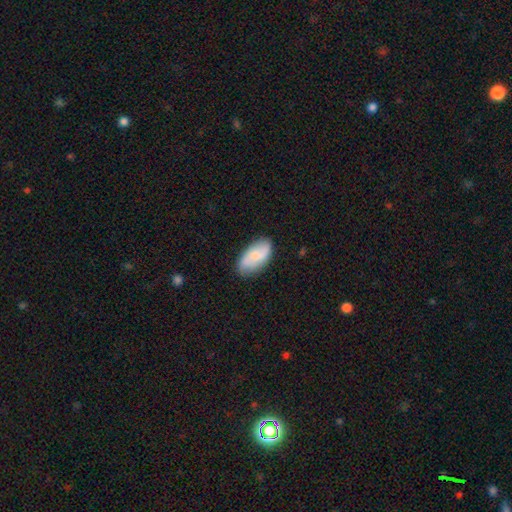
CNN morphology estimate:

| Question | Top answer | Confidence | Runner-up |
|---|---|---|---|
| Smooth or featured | smooth | 56% | featured or disk (37%) |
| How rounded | in between | 93% | cigar-shaped (4%) |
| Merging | none | 77% | minor disturbance (17%) |